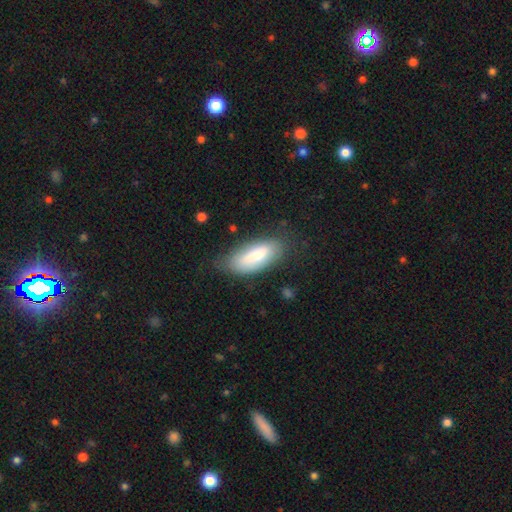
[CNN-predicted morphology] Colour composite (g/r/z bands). It shows a smooth galaxy with no disk features (71%) that is in between round and cigar-shaped (79%). Merging: none (70%).